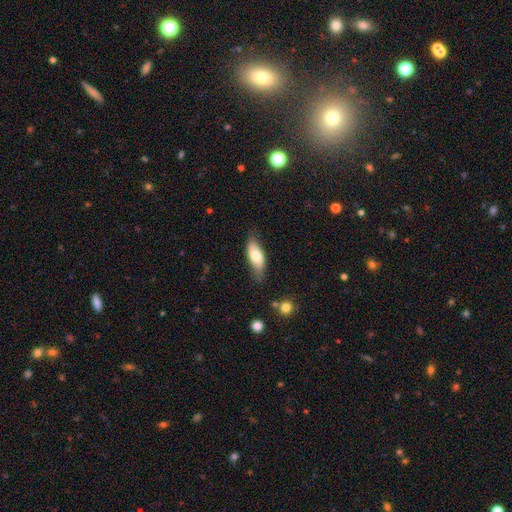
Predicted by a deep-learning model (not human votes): Morphology: type=smooth (70%); roundness=in between (79%); merging=none (69%).